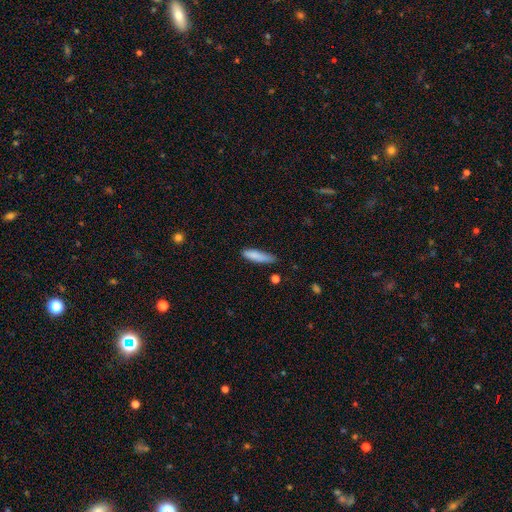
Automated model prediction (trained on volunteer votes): A smooth galaxy with no disk features (83%) that is cigar-shaped (74%). Merging: none (66%).